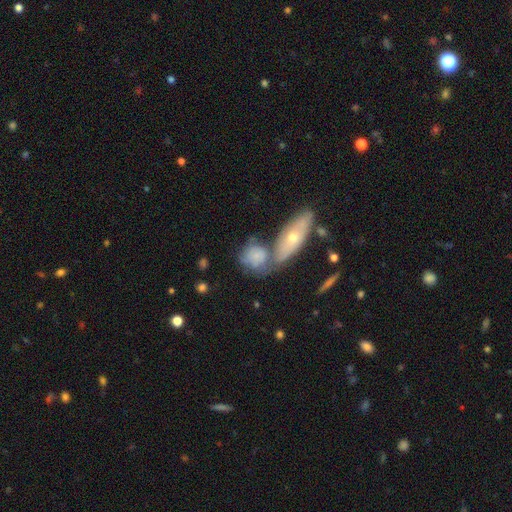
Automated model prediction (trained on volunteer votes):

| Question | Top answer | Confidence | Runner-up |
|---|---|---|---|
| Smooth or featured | smooth | 61% | featured or disk (32%) |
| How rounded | round | 50% | in between (44%) |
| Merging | merger | 43% | none (36%) |